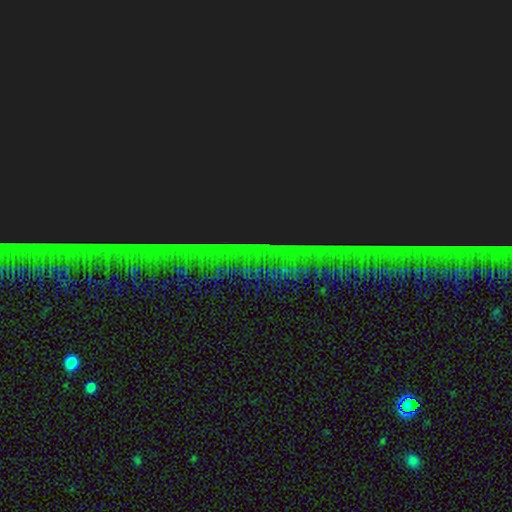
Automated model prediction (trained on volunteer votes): Smooth or featured? Predicted: star or artifact (p=0.87).